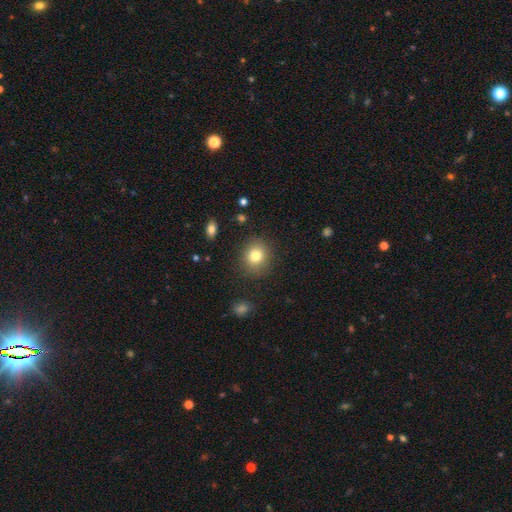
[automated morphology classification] Q: Smooth or featured?
A: smooth (80%); runner-up: star or artifact (12%)
Q: How rounded?
A: round (81%); runner-up: in between (18%)
Q: Merging?
A: none (86%); runner-up: minor disturbance (9%)